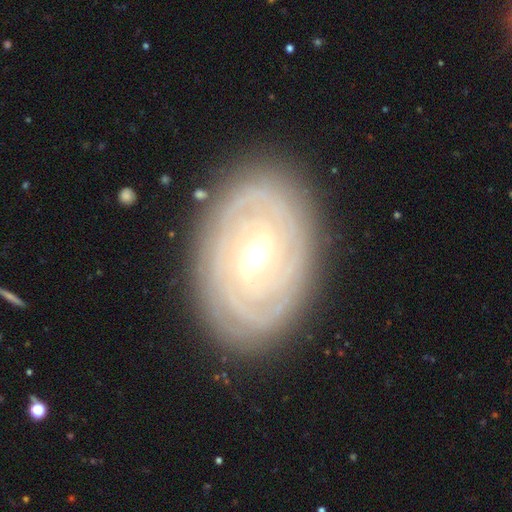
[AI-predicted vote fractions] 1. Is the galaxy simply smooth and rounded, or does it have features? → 85% featured or disk, 10% smooth, 5% star or artifact.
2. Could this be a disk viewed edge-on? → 95% no, 5% yes.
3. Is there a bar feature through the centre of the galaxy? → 48% weak, 29% strong, 23% no.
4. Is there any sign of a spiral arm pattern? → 94% yes, 6% no.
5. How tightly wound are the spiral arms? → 84% tight, 13% medium, 3% loose.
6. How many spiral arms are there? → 34% can't tell, 21% 2, 17% 3, 14% 4, 8% more than 4, 6% 1.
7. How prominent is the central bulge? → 65% moderate, 30% small, 4% large, 1% dominant, 1% none.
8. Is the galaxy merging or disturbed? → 85% none, 11% minor disturbance, 3% major disturbance, 1% merger.